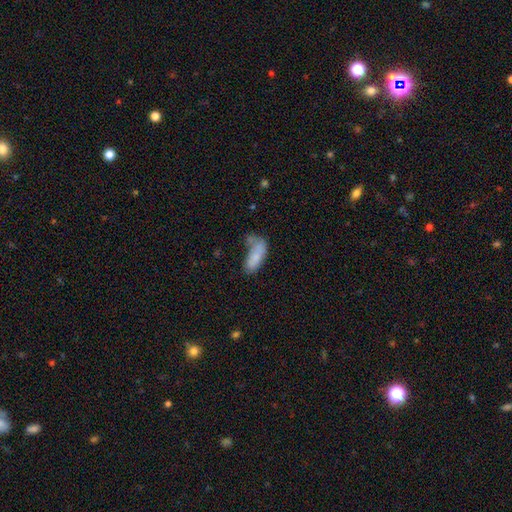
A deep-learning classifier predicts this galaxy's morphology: smooth 77%, featured or disk 15%, star or artifact 8%. Down the decision tree: how rounded — in between (80%); merging — none (29%).